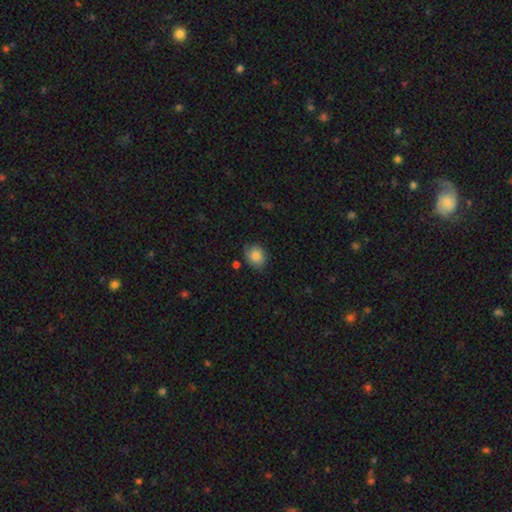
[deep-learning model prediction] Morphology: type=smooth (85%); roundness=round (59%); merging=none (76%).